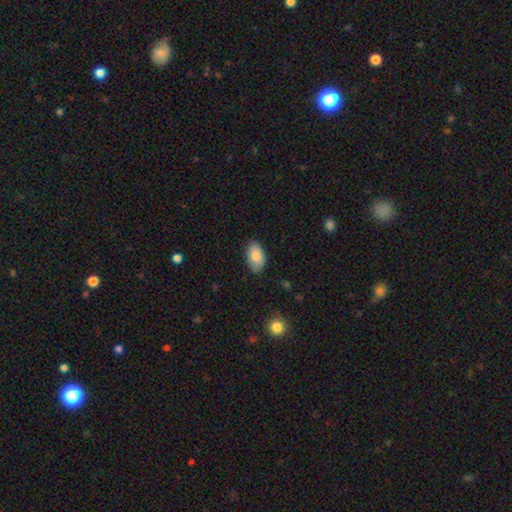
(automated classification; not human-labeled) Smooth or featured: smooth — 83% (featured or disk — 10%)
How rounded: in between — 94% (round — 5%)
Merging: none — 81% (minor disturbance — 15%)